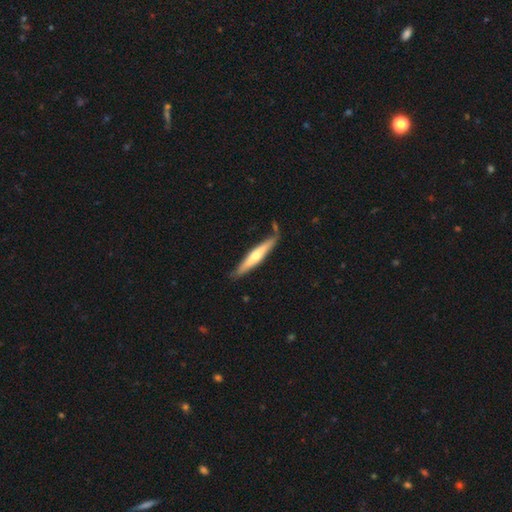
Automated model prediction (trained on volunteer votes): A featured or disk galaxy (53%) viewed edge-on (94%). Merging: none (78%).